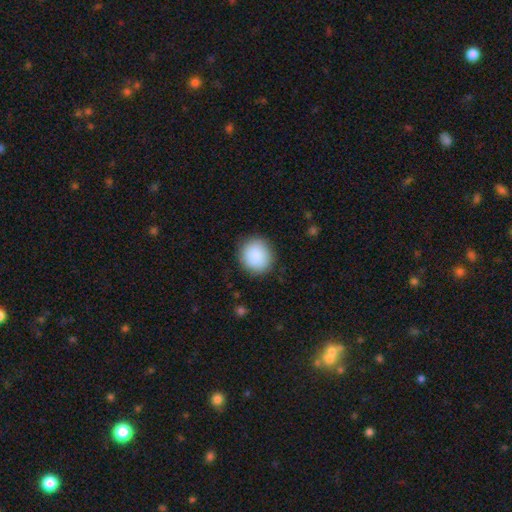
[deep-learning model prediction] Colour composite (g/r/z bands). It shows a smooth galaxy with no disk features (89%) that is round (80%). Merging: none (87%).